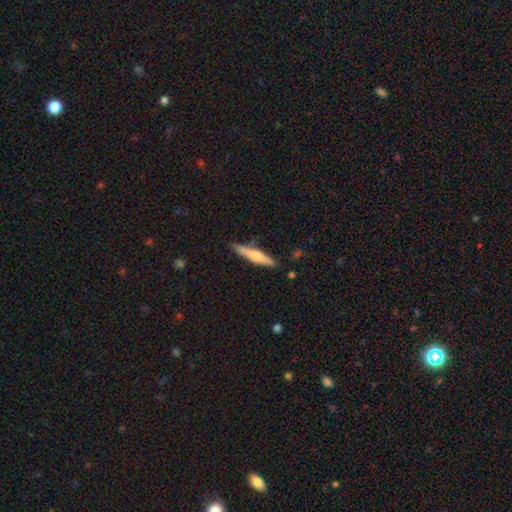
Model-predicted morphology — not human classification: A smooth galaxy with no disk features (56%) that is cigar-shaped (90%).

Vote fractions:
- Smooth or featured? smooth: 56% / featured or disk: 38% / star or artifact: 6%
- How rounded? cigar-shaped: 90% / in between: 9% / round: 2%
- Merging? none: 79% / minor disturbance: 14% / merger: 4% / major disturbance: 3%